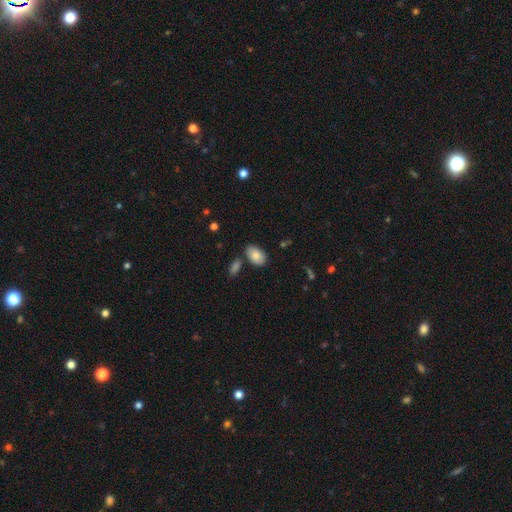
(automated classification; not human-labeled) A smooth galaxy with no disk features (83%) that is in between round and cigar-shaped (92%).

Vote fractions:
- Smooth or featured? smooth: 83% / featured or disk: 10% / star or artifact: 7%
- How rounded? in between: 92% / round: 6% / cigar-shaped: 1%
- Merging? none: 76% / minor disturbance: 13% / merger: 8% / major disturbance: 3%